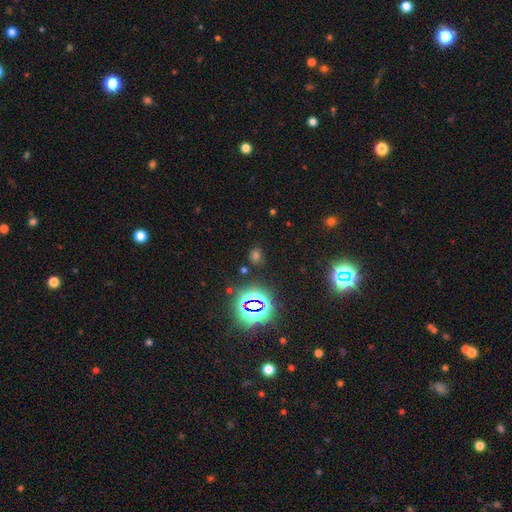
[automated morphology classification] A star or artifact, not a galaxy (48%).